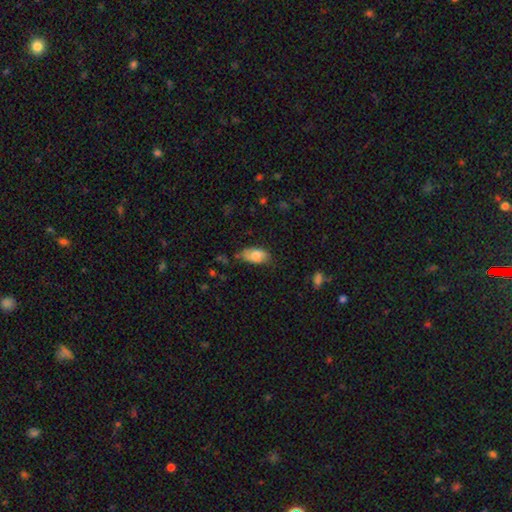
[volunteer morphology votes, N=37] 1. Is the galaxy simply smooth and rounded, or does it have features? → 70% smooth, 30% featured or disk, 0% star or artifact.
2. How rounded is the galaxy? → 100% in between, 0% round, 0% cigar-shaped.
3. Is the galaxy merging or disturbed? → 54% none, 30% minor disturbance, 14% major disturbance, 3% merger.